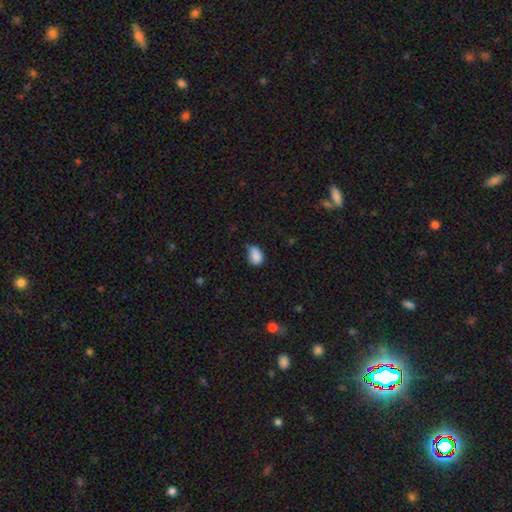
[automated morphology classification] Smooth or featured? Predicted: smooth (p=0.87). How rounded? Predicted: in between (p=0.76). Merging? Predicted: none (p=0.50).